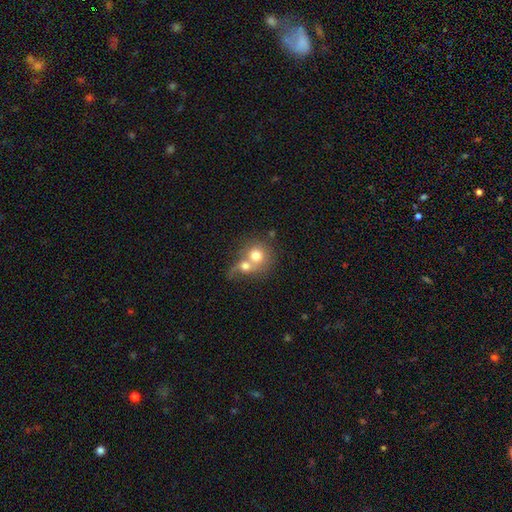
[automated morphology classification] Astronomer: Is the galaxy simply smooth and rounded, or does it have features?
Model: smooth — 70%.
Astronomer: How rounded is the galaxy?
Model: round — 80%.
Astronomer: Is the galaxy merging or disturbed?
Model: merger — 67%.